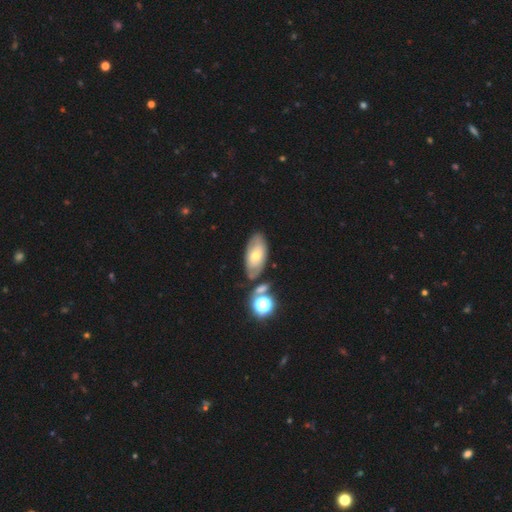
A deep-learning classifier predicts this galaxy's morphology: type=smooth (47%); merging=none (67%).